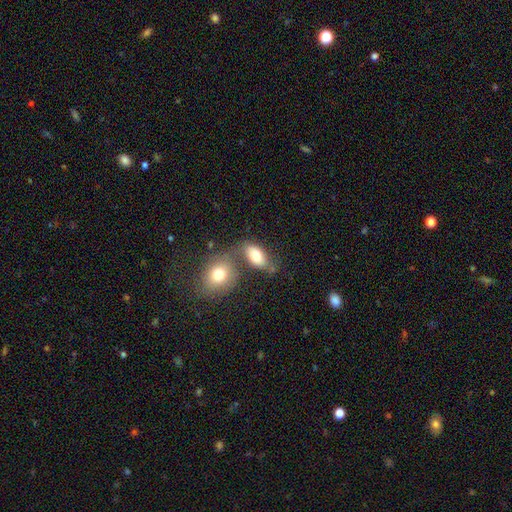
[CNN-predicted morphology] Overall: smooth (77%). How rounded: in between (86%). Merging: none (46%; merger 35%).